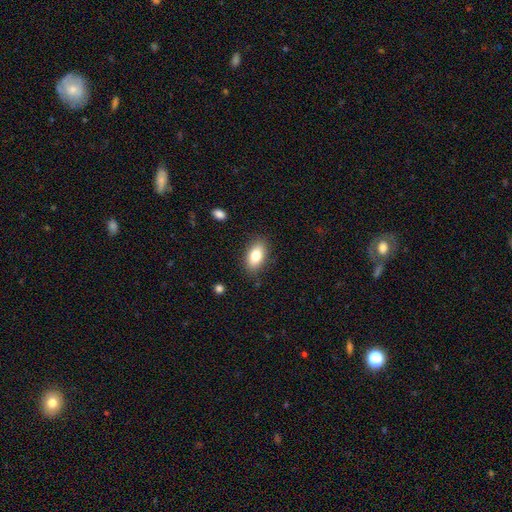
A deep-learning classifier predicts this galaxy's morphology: Q: Smooth or featured?
A: smooth (81%); runner-up: featured or disk (12%)
Q: How rounded?
A: in between (91%); runner-up: round (6%)
Q: Merging?
A: none (85%); runner-up: minor disturbance (11%)